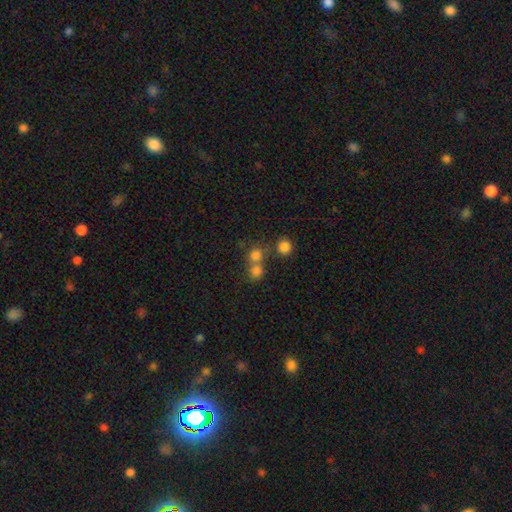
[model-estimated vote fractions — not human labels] A smooth galaxy with no disk features (75%) that is round (86%). Merging: none (48%).